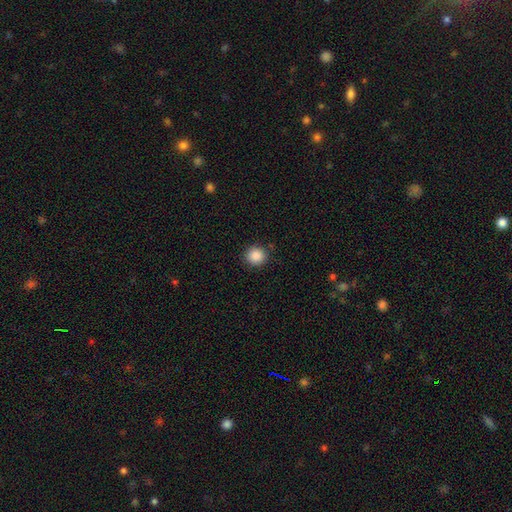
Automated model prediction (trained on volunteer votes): A smooth galaxy with no disk features (88%) that is round (90%). Merging: none (88%).